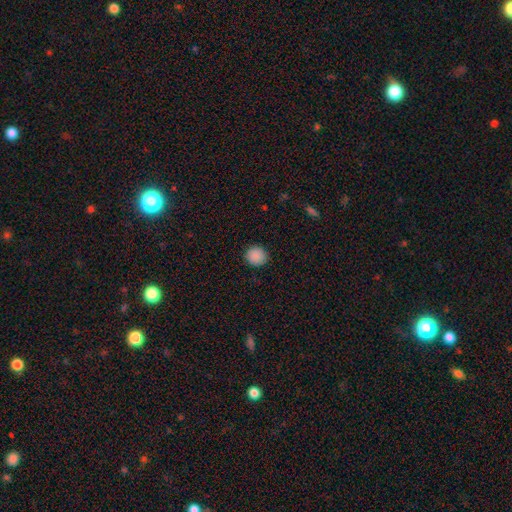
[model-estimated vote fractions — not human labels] Morphology: type=smooth (88%); roundness=round (91%); merging=none (91%).